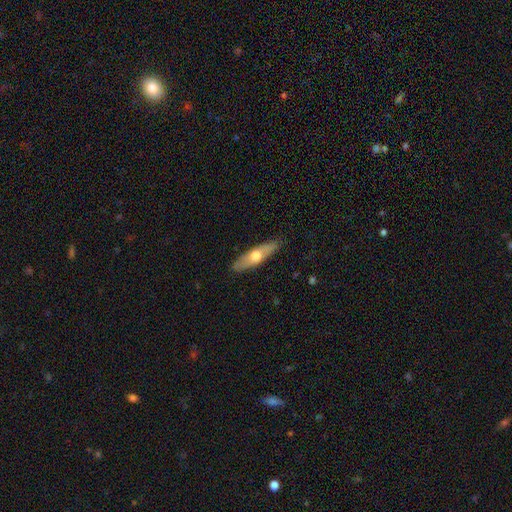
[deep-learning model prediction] A smooth galaxy with no disk features (51%) that is cigar-shaped (67%). Merging: none (87%).